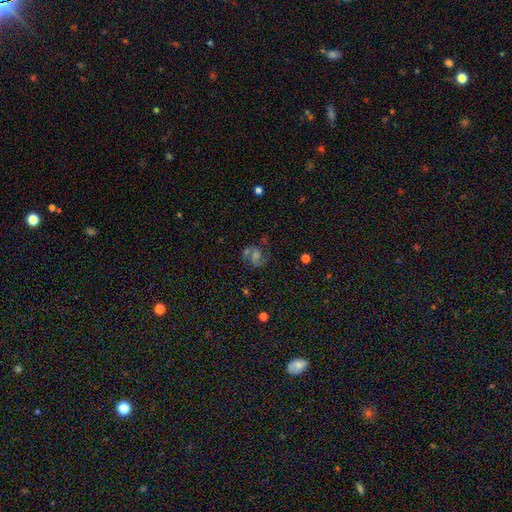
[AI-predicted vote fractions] The model was most divided on "bulge size": moderate: 41%, small: 37%, none: 12%, large: 8%, dominant: 2%. Remaining: edge-on disk — no (98%); spiral arms — yes (92%); spiral arm count — 2 (86%); smooth or featured — featured or disk (69%); merging — none (67%); spiral winding — medium (56%); bar — no (49%).